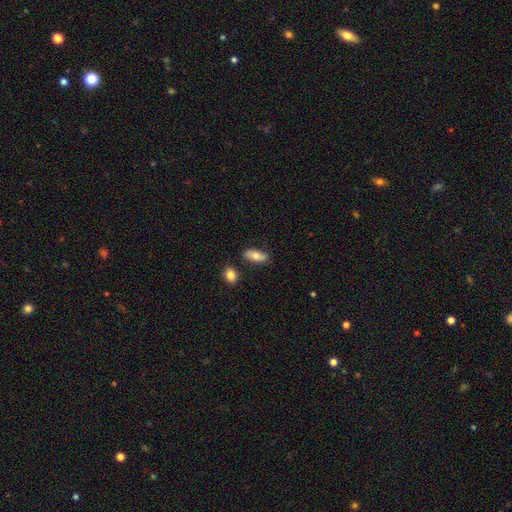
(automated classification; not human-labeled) smooth-or-featured: smooth: 73% | featured or disk: 21% | star or artifact: 7%
  how-rounded: in between: 83% | cigar-shaped: 13% | round: 4%
  merging: none: 80% | minor disturbance: 13% | merger: 5% | major disturbance: 3%